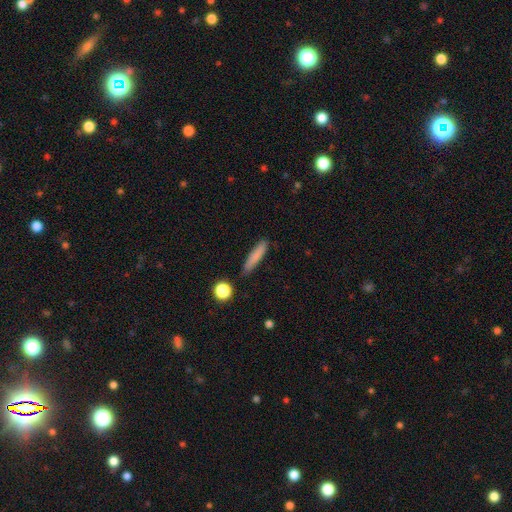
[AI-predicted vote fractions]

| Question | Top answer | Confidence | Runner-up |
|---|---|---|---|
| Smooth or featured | smooth | 80% | featured or disk (12%) |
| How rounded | cigar-shaped | 88% | in between (10%) |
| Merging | none | 84% | minor disturbance (11%) |